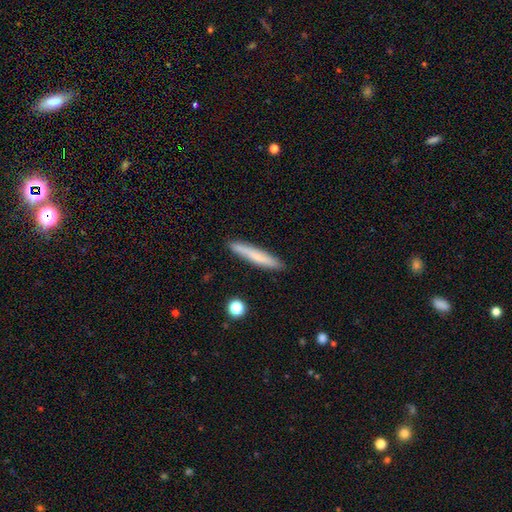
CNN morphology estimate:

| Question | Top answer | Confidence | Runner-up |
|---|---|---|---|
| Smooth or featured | smooth | 69% | featured or disk (25%) |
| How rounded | cigar-shaped | 94% | in between (5%) |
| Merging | none | 88% | minor disturbance (8%) |